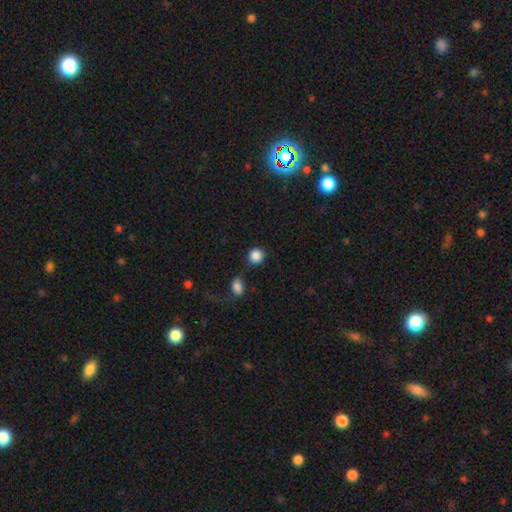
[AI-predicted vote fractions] smooth_or_featured: smooth (p=0.87) [alt: star or artifact p=0.09]
how_rounded: round (p=0.90) [alt: in between p=0.09]
merging: none (p=0.76) [alt: minor disturbance p=0.11]